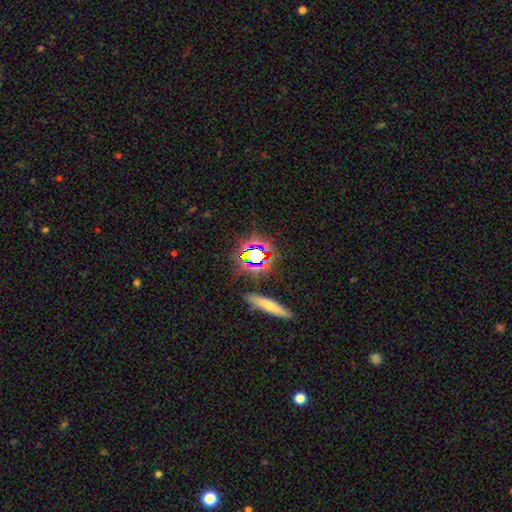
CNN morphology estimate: star or artifact 58%, smooth 29%, featured or disk 12%.